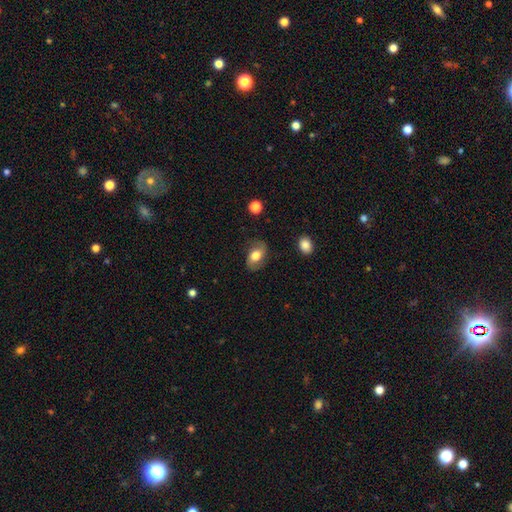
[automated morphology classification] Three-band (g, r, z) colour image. It shows a smooth galaxy with no disk features (59%) that is in between round and cigar-shaped (84%). Merging: none (75%).